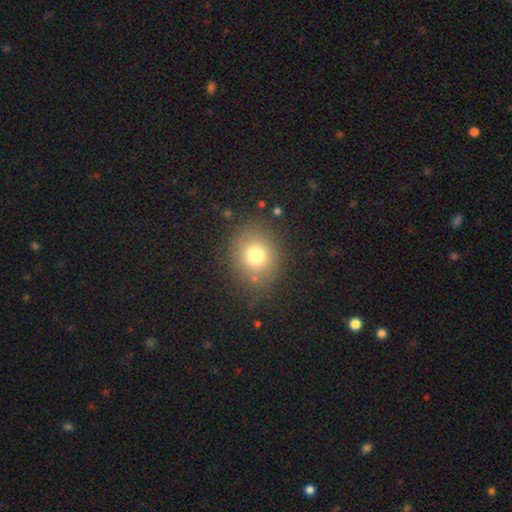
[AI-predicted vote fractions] smooth_or_featured: smooth (p=0.75) [alt: star or artifact p=0.14]
how_rounded: round (p=0.78) [alt: in between p=0.21]
merging: none (p=0.80) [alt: minor disturbance p=0.12]